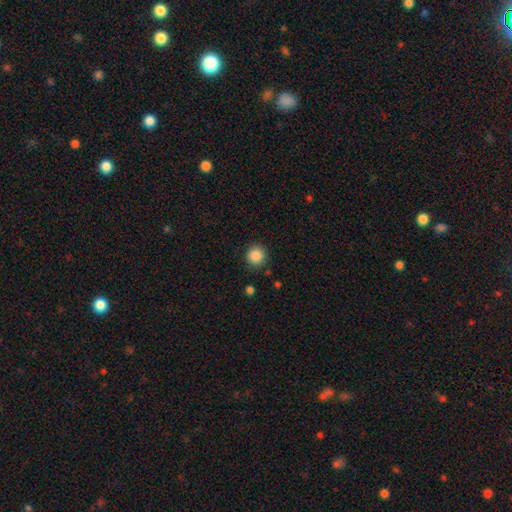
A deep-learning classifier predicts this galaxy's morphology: smooth_or_featured: smooth (p=0.88) [alt: star or artifact p=0.09]
how_rounded: round (p=0.94) [alt: in between p=0.05]
merging: none (p=0.89) [alt: minor disturbance p=0.07]